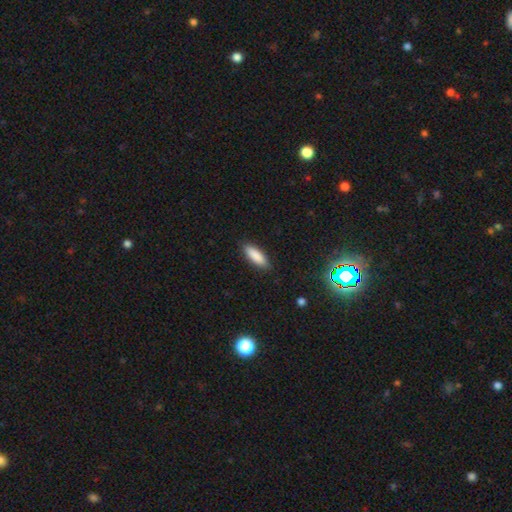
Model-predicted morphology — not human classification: smooth-or-featured: smooth: 87% | star or artifact: 6% | featured or disk: 6%
  how-rounded: in between: 55% | cigar-shaped: 43% | round: 2%
  merging: none: 88% | minor disturbance: 9% | major disturbance: 2% | merger: 1%